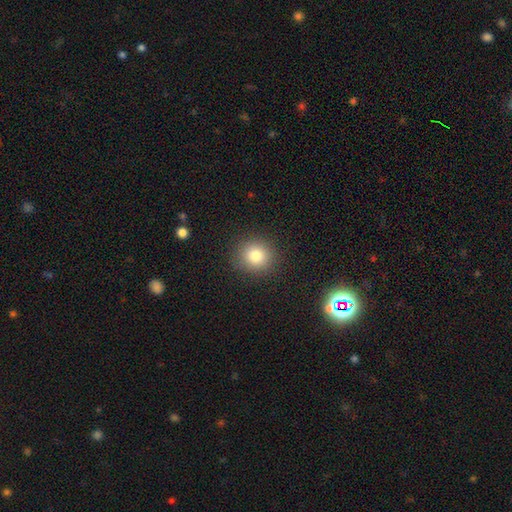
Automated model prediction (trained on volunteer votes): Smooth or featured? smooth (82%)
How rounded? round (88%)
Merging? none (89%)